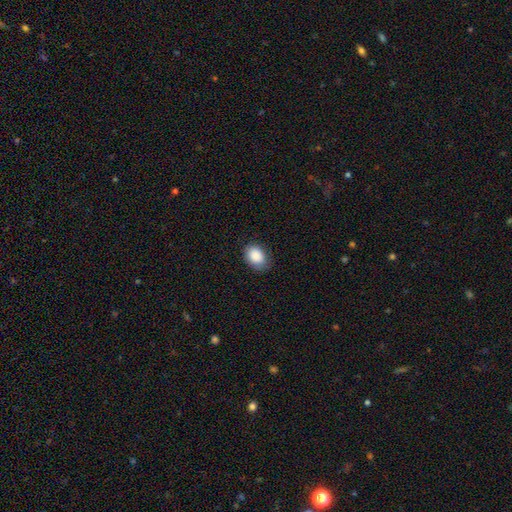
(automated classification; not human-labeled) Smooth or featured: smooth — 89% (star or artifact — 8%)
How rounded: in between — 73% (round — 26%)
Merging: none — 79% (minor disturbance — 16%)